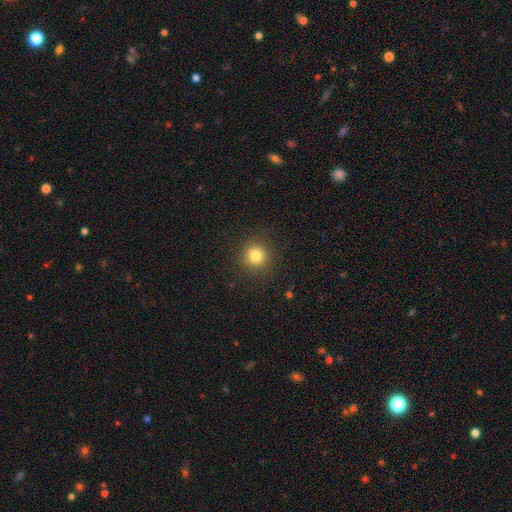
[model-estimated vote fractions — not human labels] Smooth or featured: smooth — 80% (star or artifact — 13%)
How rounded: round — 92% (in between — 7%)
Merging: none — 90% (minor disturbance — 7%)